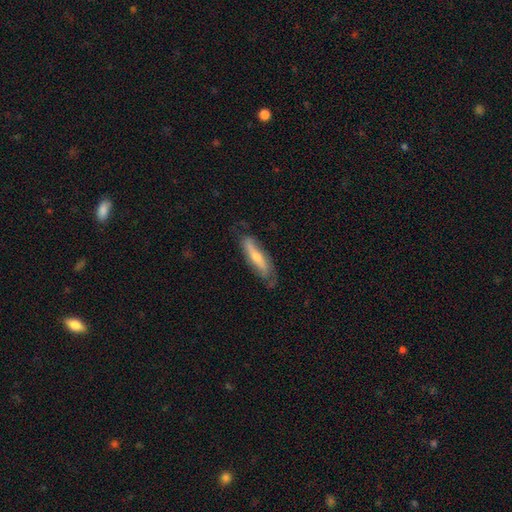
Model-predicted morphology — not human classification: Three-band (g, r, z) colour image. It shows a featured or disk galaxy (60%). Merging: none (72%).